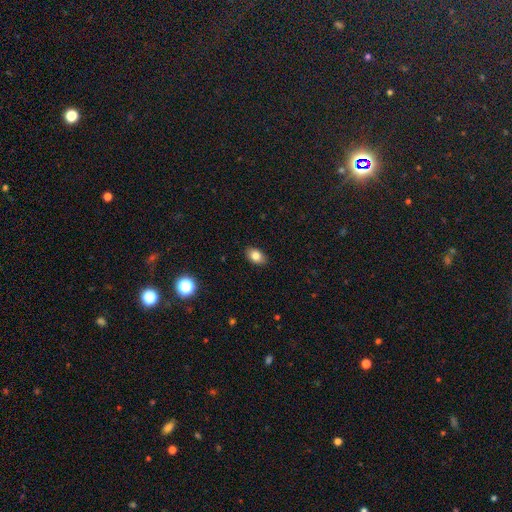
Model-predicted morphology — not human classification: This is clearly a smooth galaxy (82%). How rounded: clearly in between (86%). Merging: clearly none (89%).